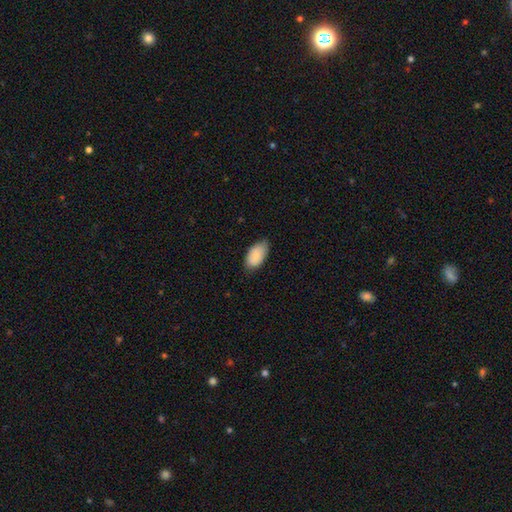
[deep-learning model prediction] Q: Smooth or featured?
A: smooth (87%); runner-up: featured or disk (7%)
Q: How rounded?
A: in between (95%); runner-up: round (3%)
Q: Merging?
A: none (72%); runner-up: minor disturbance (24%)